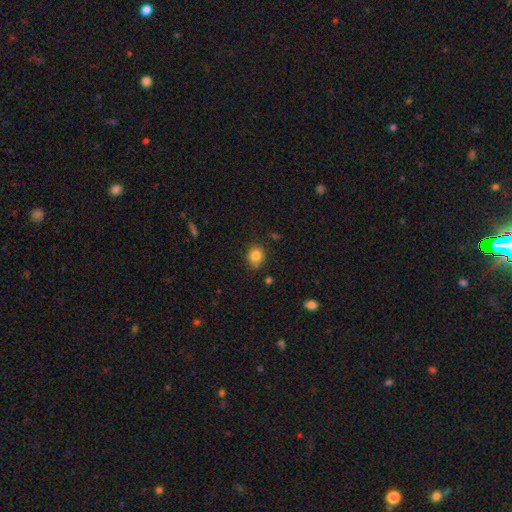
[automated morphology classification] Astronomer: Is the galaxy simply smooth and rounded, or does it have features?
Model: smooth — 84%.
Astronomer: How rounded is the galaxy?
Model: round — 71%.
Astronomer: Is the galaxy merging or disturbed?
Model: none — 79%.